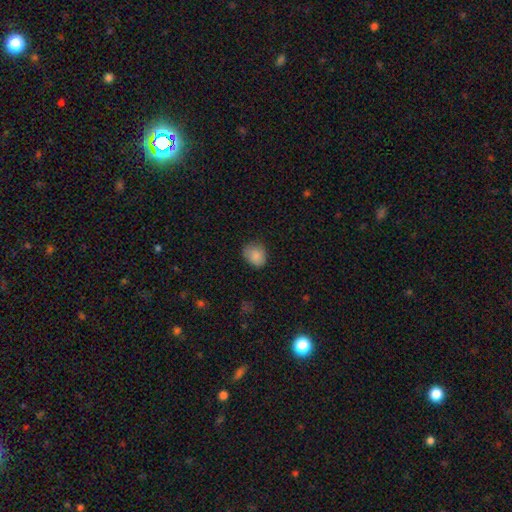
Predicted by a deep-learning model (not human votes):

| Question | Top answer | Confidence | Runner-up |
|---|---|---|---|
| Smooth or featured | smooth | 86% | star or artifact (8%) |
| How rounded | round | 65% | in between (34%) |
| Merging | none | 72% | minor disturbance (23%) |